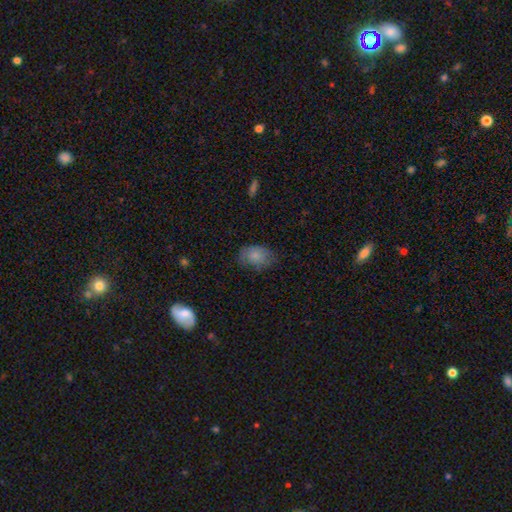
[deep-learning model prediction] A smooth galaxy with no disk features (78%) that is in between round and cigar-shaped (84%).

Vote fractions:
- Smooth or featured? smooth: 78% / featured or disk: 14% / star or artifact: 8%
- How rounded? in between: 84% / round: 15% / cigar-shaped: 1%
- Merging? none: 67% / minor disturbance: 25% / major disturbance: 7% / merger: 1%